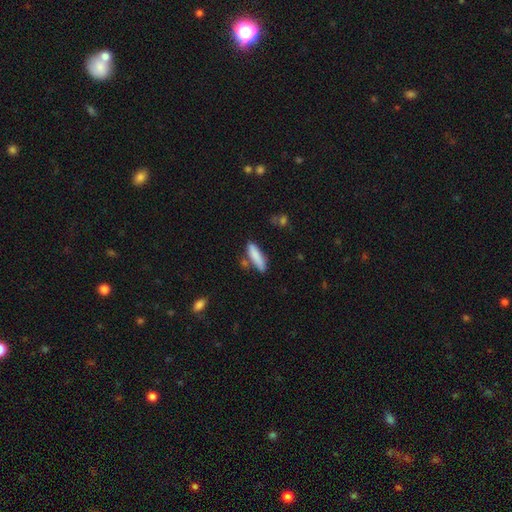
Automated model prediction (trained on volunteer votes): Smooth or featured? Predicted: smooth (p=0.84). How rounded? Predicted: cigar-shaped (p=0.65). Merging? Predicted: none (p=0.71).